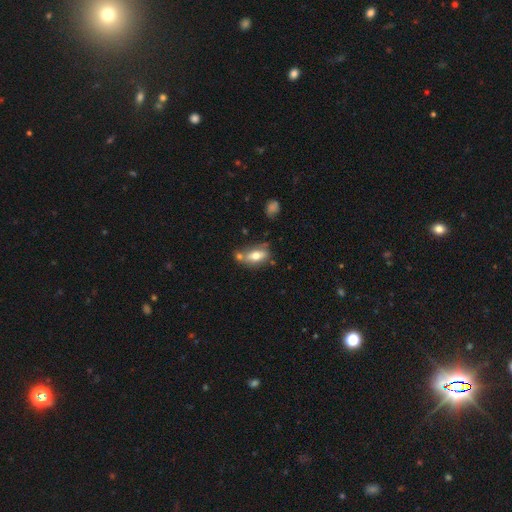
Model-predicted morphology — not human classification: A smooth galaxy with no disk features (65%) that is in between round and cigar-shaped (81%). Merging: none (50%).